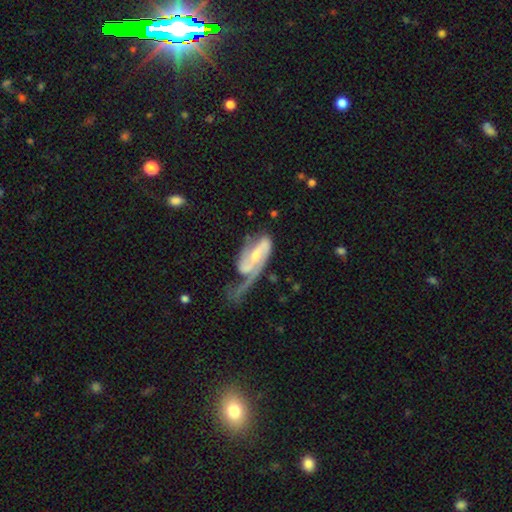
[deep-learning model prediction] This appears to be a featured or disk galaxy (82%) with a weak bar (40%), 2 (57%) medium (41%) spiral arms (93%) and a moderate central bulge (47%). Merging: major disturbance (46%).